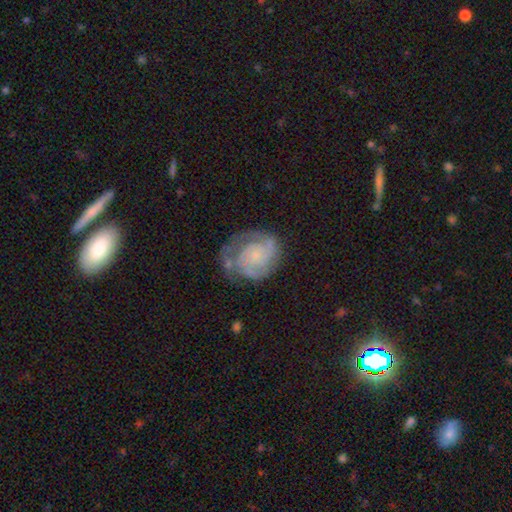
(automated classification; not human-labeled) Overall: featured or disk (75%). Edge-on disk: no (98%). Bar: no (76%). Spiral arms: yes (93%). Spiral arm count: 2 (46%; can't tell 22%). Spiral winding: tight (57%; medium 33%). Bulge size: small (70%). Merging: none (55%; minor disturbance 24%).